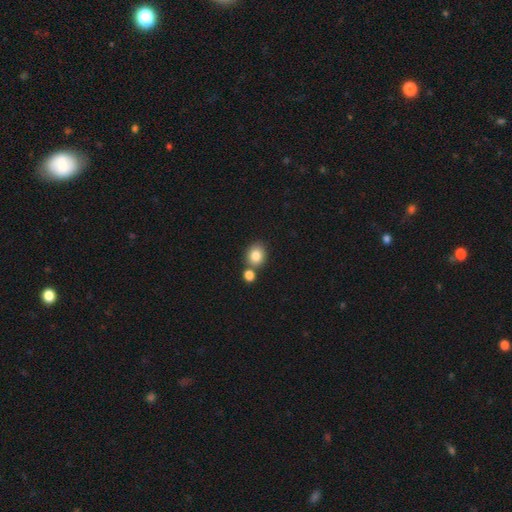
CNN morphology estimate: The model was most divided on "how rounded": round: 63%, in between: 36%, cigar-shaped: 1%. More confident: smooth or featured — smooth (83%); merging — none (63%).